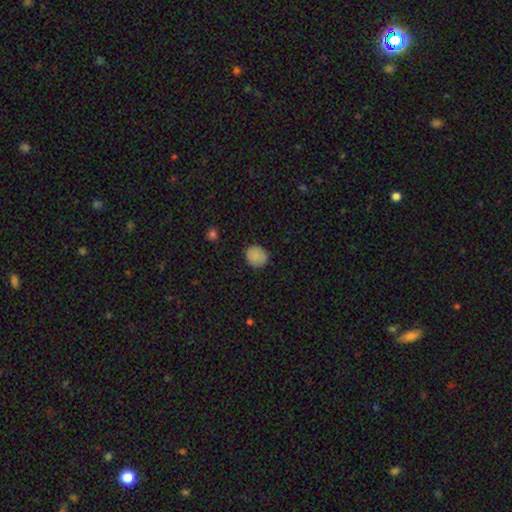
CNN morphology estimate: type=smooth (86%); roundness=round (87%); merging=none (86%).